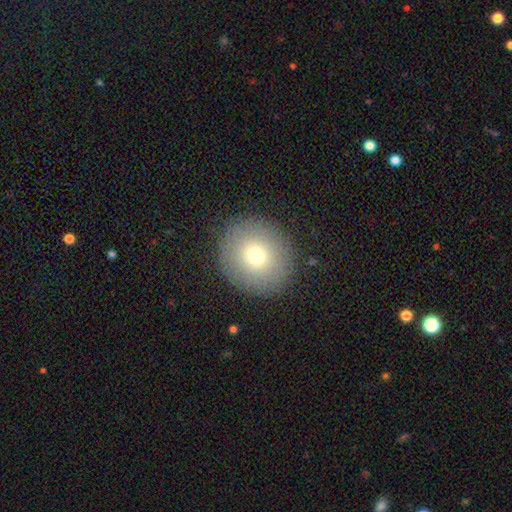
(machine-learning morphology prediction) smooth-or-featured: smooth: 73% | featured or disk: 16% | star or artifact: 11%
  how-rounded: round: 87% | in between: 12% | cigar-shaped: 1%
  merging: none: 89% | minor disturbance: 7% | major disturbance: 3% | merger: 1%